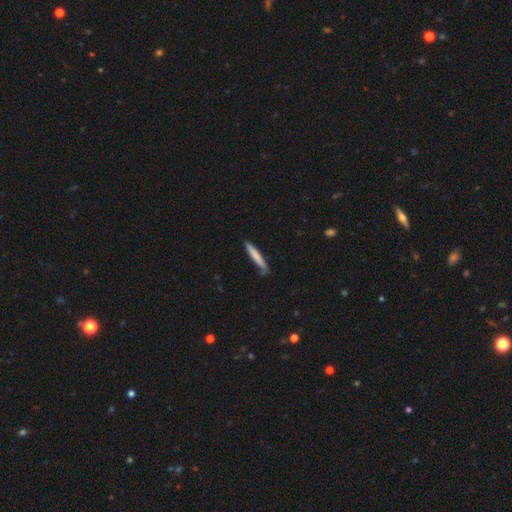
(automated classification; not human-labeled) smooth-or-featured: smooth: 75% | featured or disk: 20% | star or artifact: 5%
  how-rounded: cigar-shaped: 94% | in between: 5% | round: 1%
  merging: none: 76% | minor disturbance: 18% | major disturbance: 3% | merger: 3%